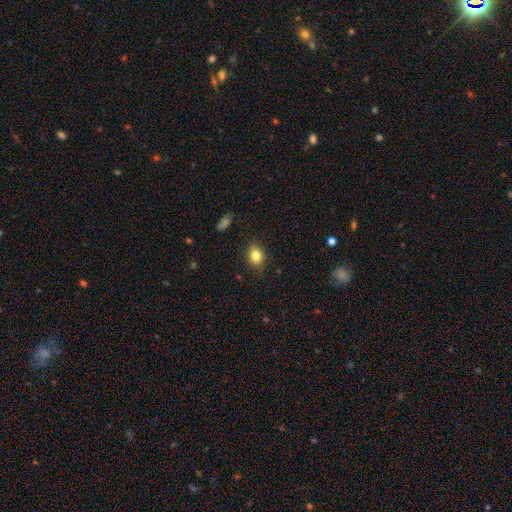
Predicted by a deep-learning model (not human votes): smooth 82%, star or artifact 10%, featured or disk 8%. Down the decision tree: how rounded — in between (57%); merging — none (85%).